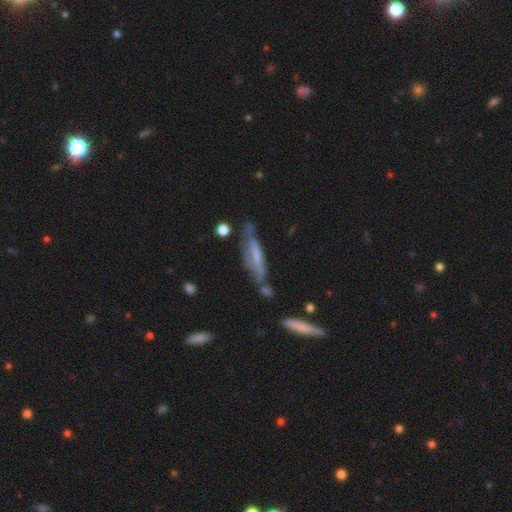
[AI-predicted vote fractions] Smooth or featured: featured or disk — 57% (smooth — 34%)
Edge-on disk: no — 51% (yes — 49%)
Merging: none — 49% (minor disturbance — 27%)